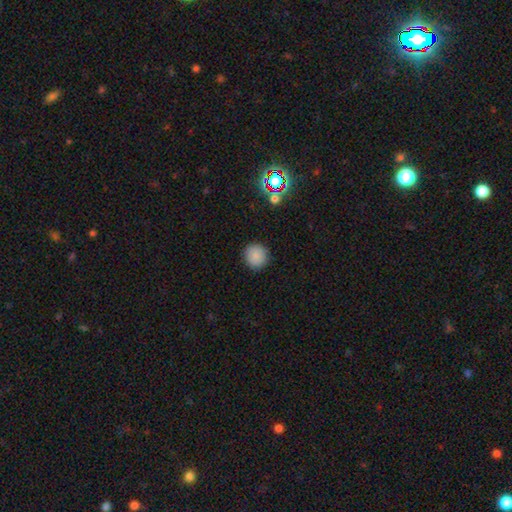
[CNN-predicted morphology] Overall: smooth (85%). How rounded: round (94%). Merging: none (91%).